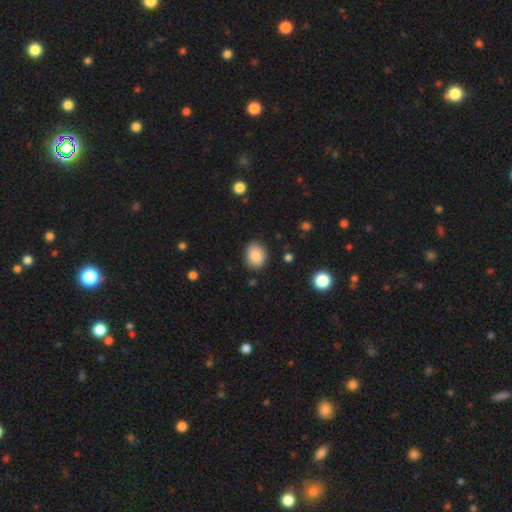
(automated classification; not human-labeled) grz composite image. It shows a smooth galaxy with no disk features (87%) that is round (54%). Merging: none (85%).